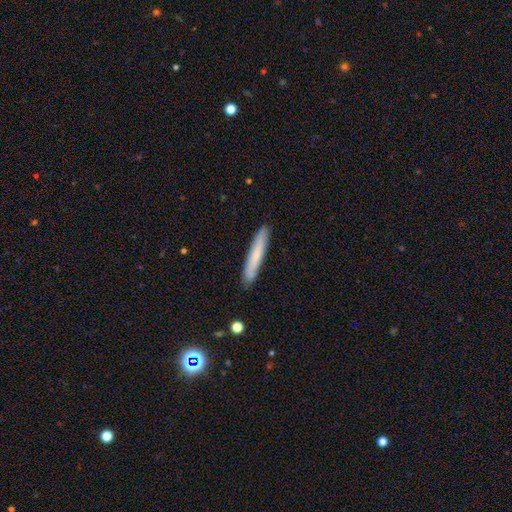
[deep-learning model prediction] Smooth or featured?
  - smooth: 69% *
  - featured or disk: 25%
  - star or artifact: 6%
How rounded?
  - cigar-shaped: 95% *
  - in between: 4%
  - round: 1%
Merging?
  - none: 88% *
  - minor disturbance: 9%
  - major disturbance: 2%
  - merger: 1%